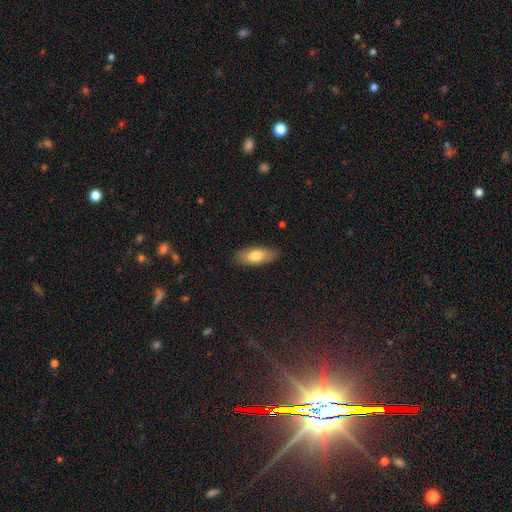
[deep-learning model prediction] A smooth galaxy with no disk features (75%) that is in between round and cigar-shaped (79%). Merging: none (86%).